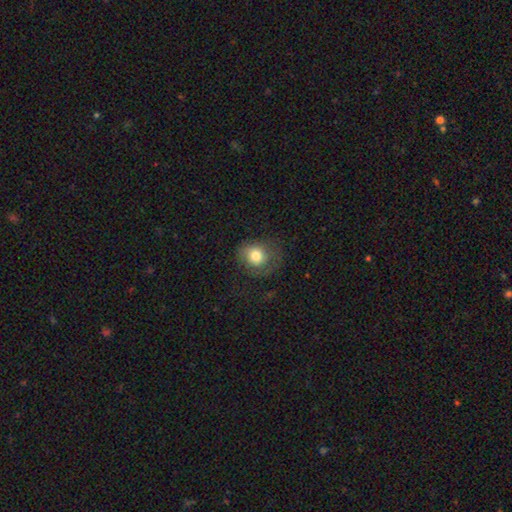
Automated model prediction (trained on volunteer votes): Smooth or featured: smooth — 76% (featured or disk — 15%)
How rounded: round — 76% (in between — 23%)
Merging: none — 60% (minor disturbance — 21%)